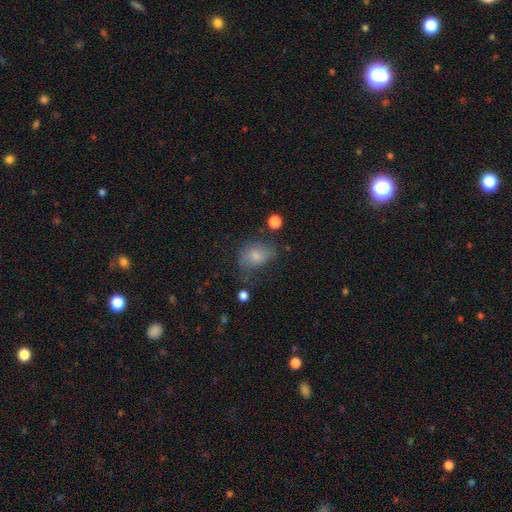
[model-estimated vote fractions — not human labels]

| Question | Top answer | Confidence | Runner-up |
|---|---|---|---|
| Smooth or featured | smooth | 73% | featured or disk (16%) |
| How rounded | in between | 71% | round (28%) |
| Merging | none | 46% | minor disturbance (31%) |